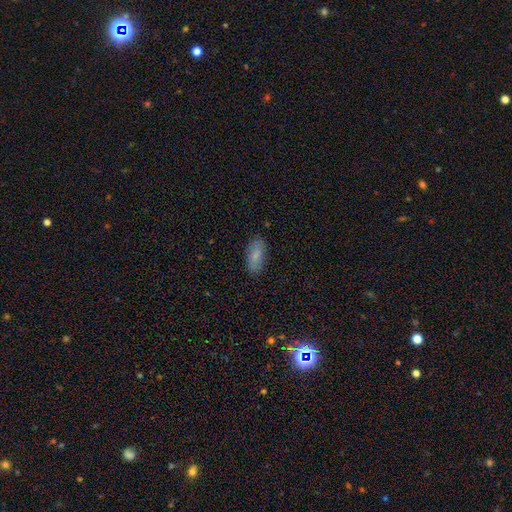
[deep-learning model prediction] Q: Smooth or featured?
A: smooth (80%); runner-up: featured or disk (13%)
Q: How rounded?
A: in between (85%); runner-up: cigar-shaped (13%)
Q: Merging?
A: none (87%); runner-up: minor disturbance (10%)